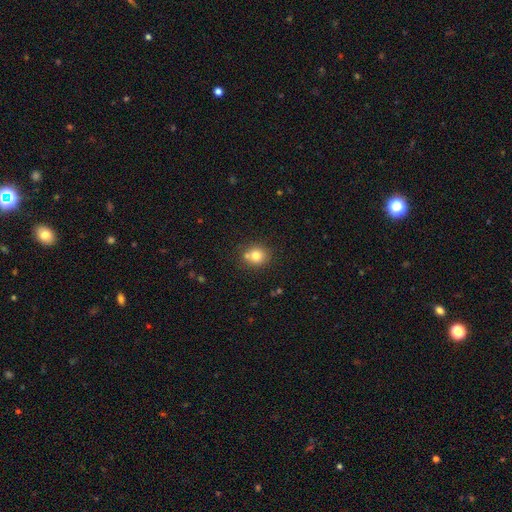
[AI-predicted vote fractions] The model was most divided on "merging": none: 66%, merger: 20%, minor disturbance: 11%, major disturbance: 3%. More confident: how rounded — round (84%); smooth or featured — smooth (78%).